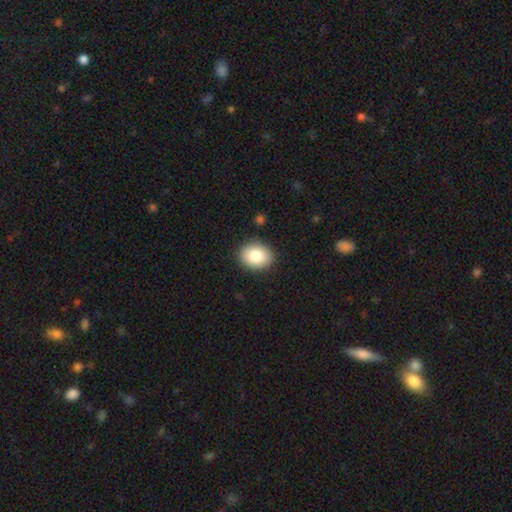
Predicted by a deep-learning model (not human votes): Smooth or featured? Predicted: smooth (p=0.85). How rounded? Predicted: in between (p=0.55). Merging? Predicted: none (p=0.88).